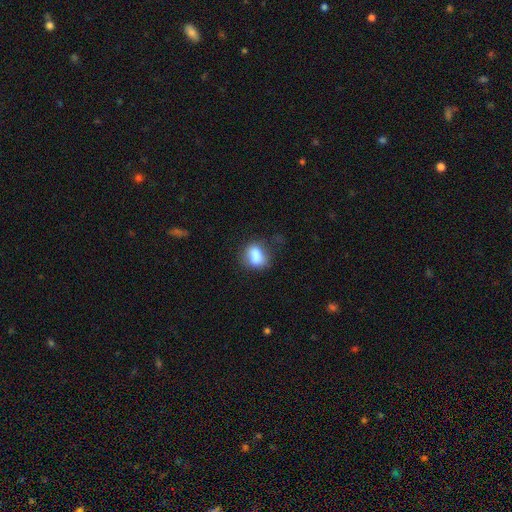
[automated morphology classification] smooth_or_featured: smooth (p=0.82) [alt: featured or disk p=0.09]
how_rounded: in between (p=0.71) [alt: round p=0.26]
merging: none (p=0.56) [alt: minor disturbance p=0.27]